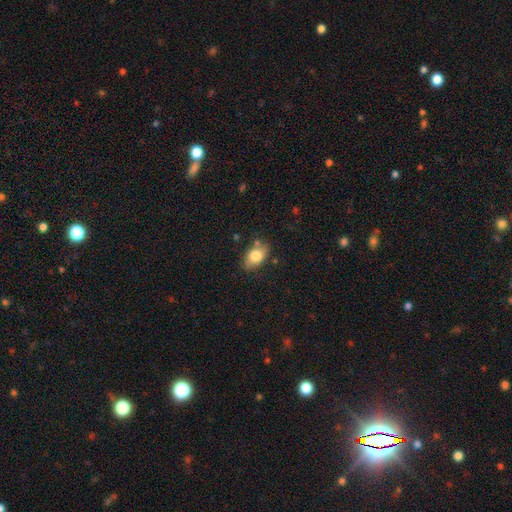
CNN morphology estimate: smooth 78%, featured or disk 14%, star or artifact 8%. Down the decision tree: how rounded — in between (85%); merging — none (73%).